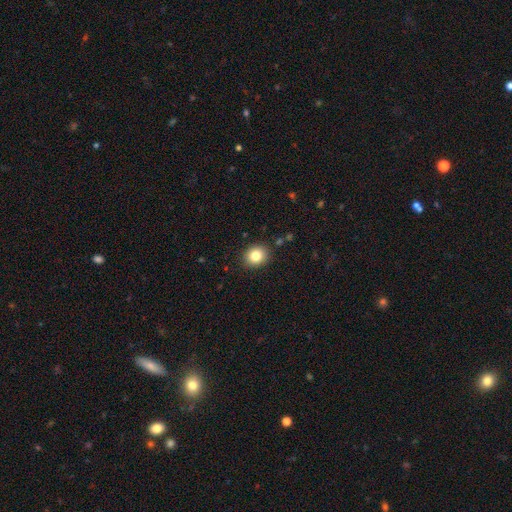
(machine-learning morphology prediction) smooth_or_featured: smooth (p=0.83) [alt: star or artifact p=0.10]
how_rounded: round (p=0.68) [alt: in between p=0.32]
merging: none (p=0.89) [alt: minor disturbance p=0.08]